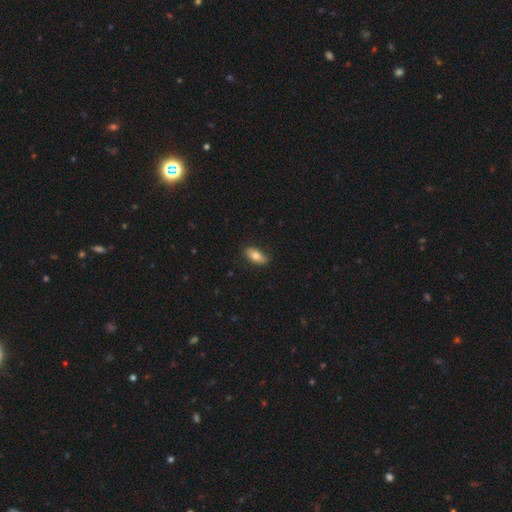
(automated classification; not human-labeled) Q: Smooth or featured?
A: smooth (73%); runner-up: featured or disk (21%)
Q: How rounded?
A: in between (85%); runner-up: cigar-shaped (11%)
Q: Merging?
A: none (84%); runner-up: minor disturbance (13%)